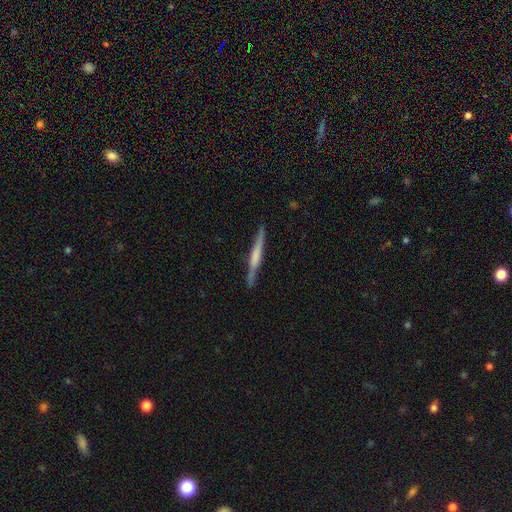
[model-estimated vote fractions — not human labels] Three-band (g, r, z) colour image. It shows a featured or disk galaxy (63%) viewed edge-on (97%) with a boxy central bulge (40%). Merging: none (86%).